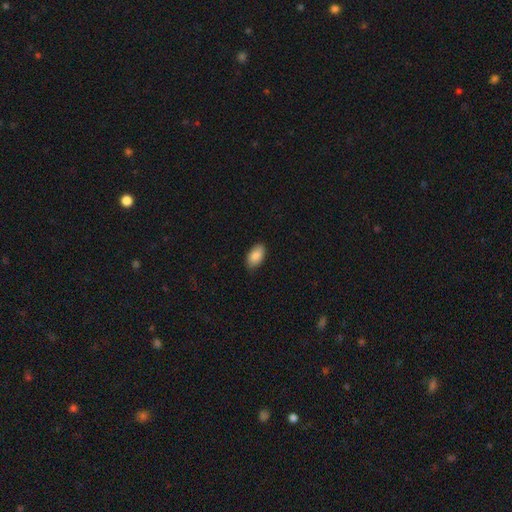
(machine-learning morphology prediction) This appears to be a smooth galaxy with no disk features (88%) that is in between round and cigar-shaped (94%). Merging: none (84%).